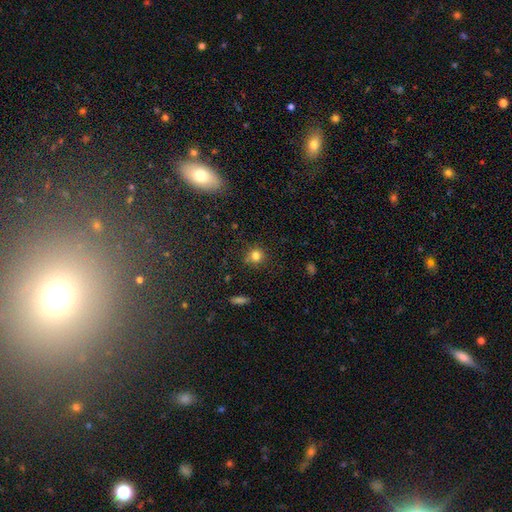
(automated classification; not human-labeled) A smooth galaxy with no disk features (79%) that is round (88%).

Vote fractions:
- Smooth or featured? smooth: 79% / star or artifact: 15% / featured or disk: 6%
- How rounded? round: 88% / in between: 11% / cigar-shaped: 1%
- Merging? none: 79% / minor disturbance: 14% / major disturbance: 4% / merger: 3%